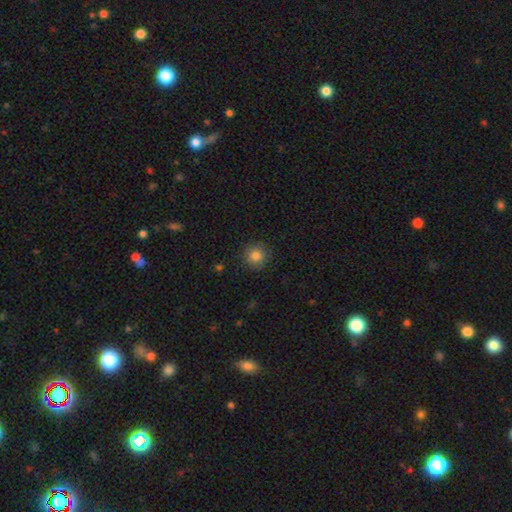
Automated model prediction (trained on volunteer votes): The model was most divided on "smooth or featured": smooth: 85%, star or artifact: 11%, featured or disk: 5%. More confident: how rounded — round (93%); merging — none (89%).